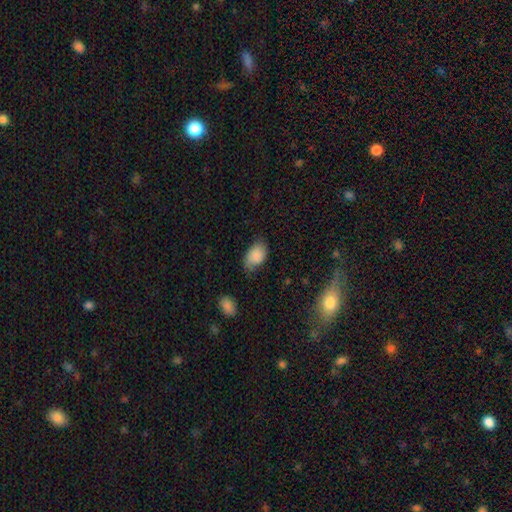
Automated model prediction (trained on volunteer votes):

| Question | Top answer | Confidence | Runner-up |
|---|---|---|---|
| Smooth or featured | smooth | 81% | featured or disk (11%) |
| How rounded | in between | 88% | round (11%) |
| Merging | none | 58% | minor disturbance (31%) |